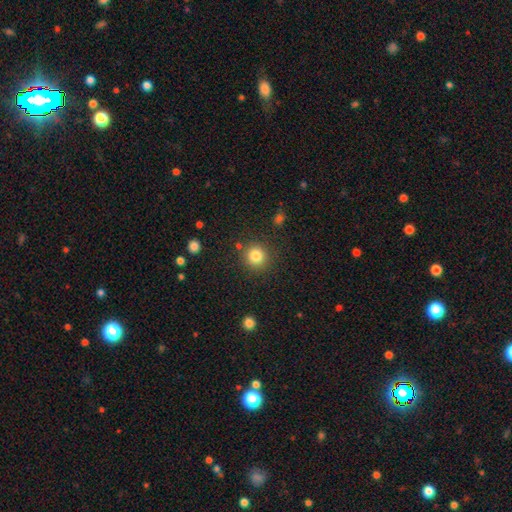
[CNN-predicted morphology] Smooth or featured? Predicted: smooth (p=0.83). How rounded? Predicted: round (p=0.92). Merging? Predicted: none (p=0.86).